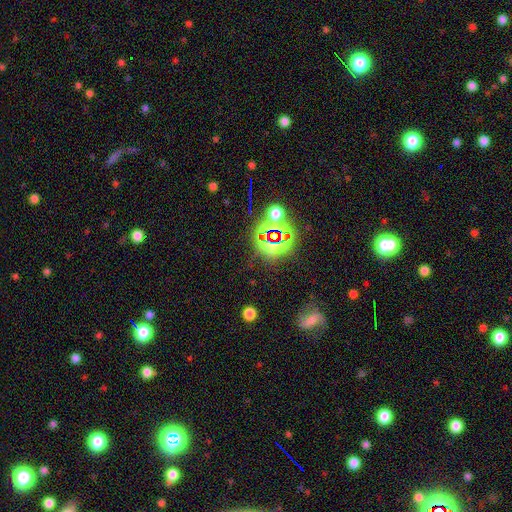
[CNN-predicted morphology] Overall: star or artifact (76%).